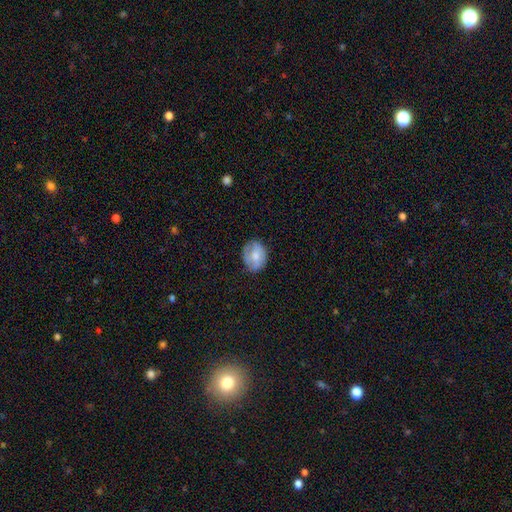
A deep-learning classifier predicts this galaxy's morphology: type=smooth (63%); roundness=in between (53%); merging=none (71%).